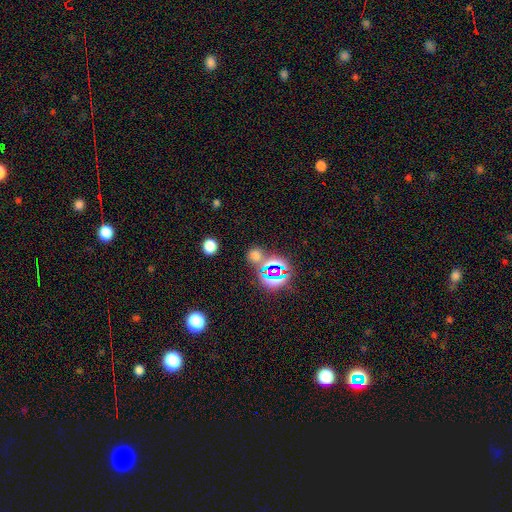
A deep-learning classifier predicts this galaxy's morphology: star or artifact 47%, smooth 46%, featured or disk 7%.